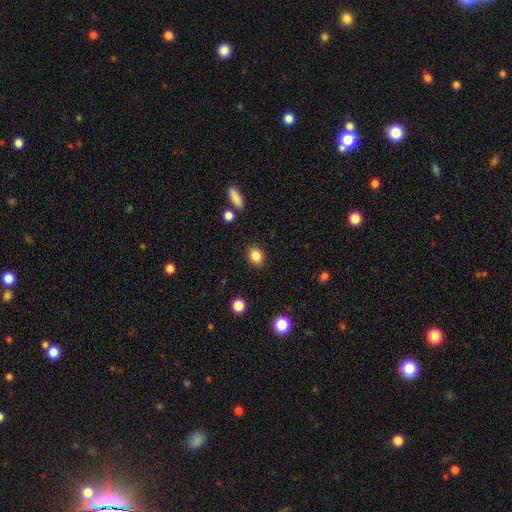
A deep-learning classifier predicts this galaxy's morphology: smooth 85%, star or artifact 10%, featured or disk 5%. Down the decision tree: how rounded — in between (57%); merging — none (88%).